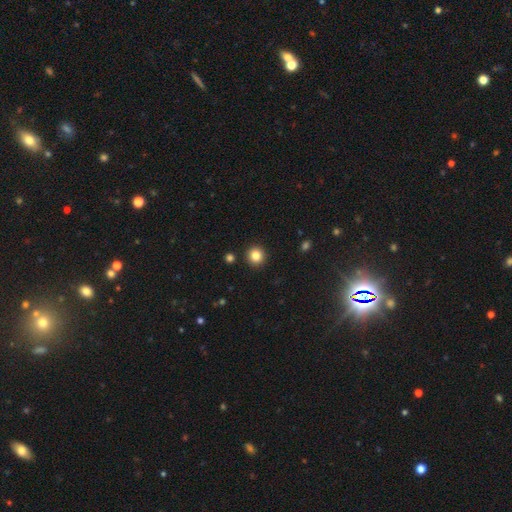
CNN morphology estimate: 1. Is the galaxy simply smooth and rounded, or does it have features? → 84% smooth, 11% star or artifact, 5% featured or disk.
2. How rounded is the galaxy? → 93% round, 6% in between, 1% cigar-shaped.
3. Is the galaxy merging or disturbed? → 92% none, 5% minor disturbance, 2% major disturbance, 2% merger.